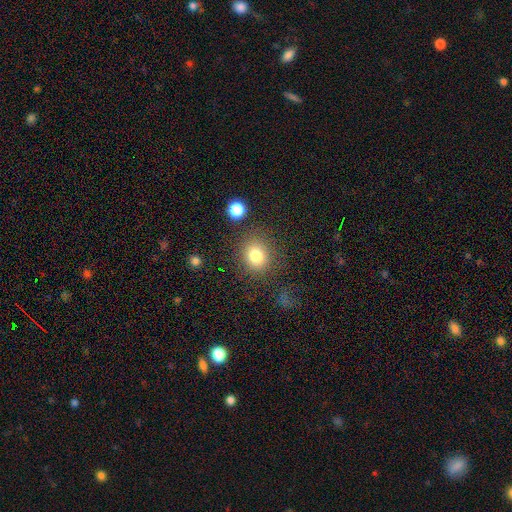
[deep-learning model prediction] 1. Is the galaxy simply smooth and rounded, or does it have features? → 82% smooth, 11% star or artifact, 7% featured or disk.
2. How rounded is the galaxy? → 74% round, 25% in between, 1% cigar-shaped.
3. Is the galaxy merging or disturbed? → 79% none, 12% minor disturbance, 6% major disturbance, 4% merger.